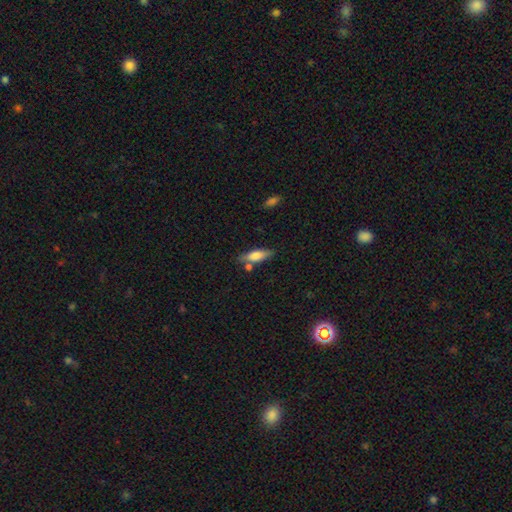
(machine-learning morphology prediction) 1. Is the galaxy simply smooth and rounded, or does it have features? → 71% smooth, 22% featured or disk, 7% star or artifact.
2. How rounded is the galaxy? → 55% in between, 43% cigar-shaped, 3% round.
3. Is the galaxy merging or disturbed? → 69% none, 16% minor disturbance, 11% merger, 4% major disturbance.